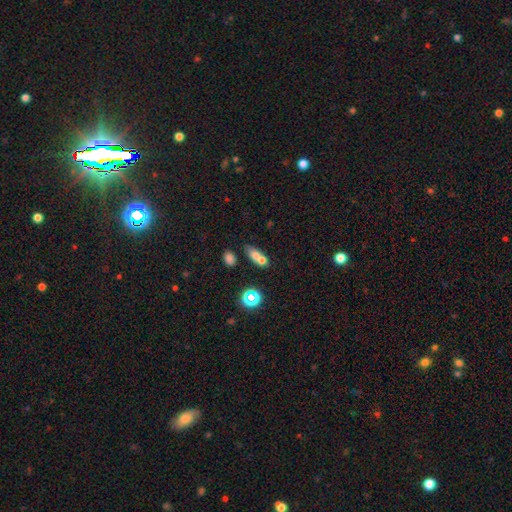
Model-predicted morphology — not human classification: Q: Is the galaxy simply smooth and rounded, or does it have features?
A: smooth — 65%.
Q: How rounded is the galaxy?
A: in between — 62%.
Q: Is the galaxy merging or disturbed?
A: merger — 58%.